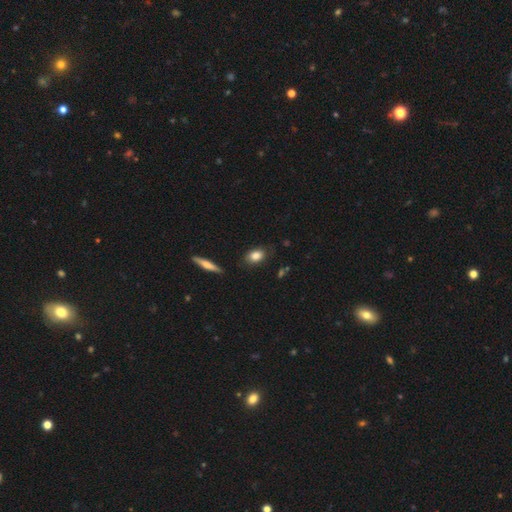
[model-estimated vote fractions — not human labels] smooth 84%, featured or disk 9%, star or artifact 7%. Down the decision tree: how rounded — in between (81%); merging — none (80%).